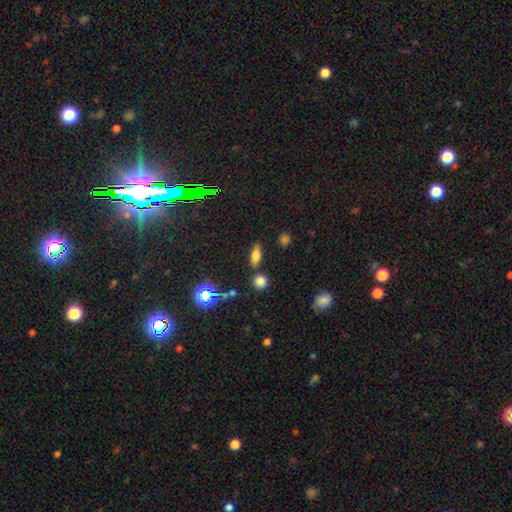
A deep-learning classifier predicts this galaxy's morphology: smooth-or-featured: smooth: 67% | star or artifact: 17% | featured or disk: 16%
  how-rounded: in between: 66% | cigar-shaped: 27% | round: 7%
  merging: none: 77% | minor disturbance: 13% | merger: 7% | major disturbance: 4%